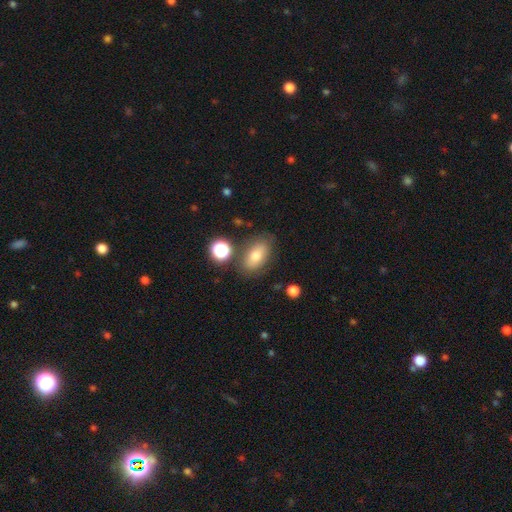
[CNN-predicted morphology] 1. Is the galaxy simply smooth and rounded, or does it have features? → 72% smooth, 17% featured or disk, 11% star or artifact.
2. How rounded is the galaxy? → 86% in between, 9% round, 5% cigar-shaped.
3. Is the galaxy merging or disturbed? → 77% none, 13% minor disturbance, 5% merger, 4% major disturbance.